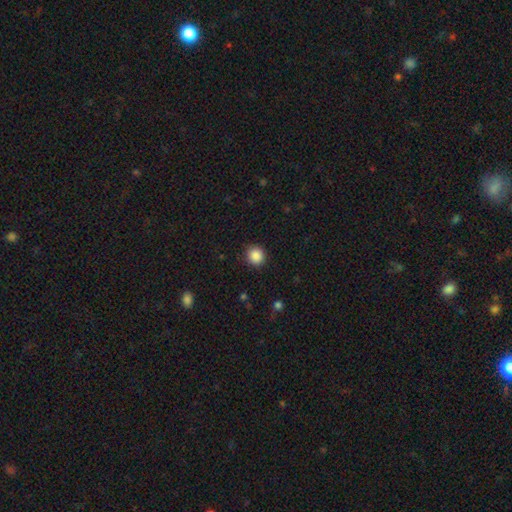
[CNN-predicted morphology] Overall: smooth (88%). How rounded: round (91%). Merging: none (90%).